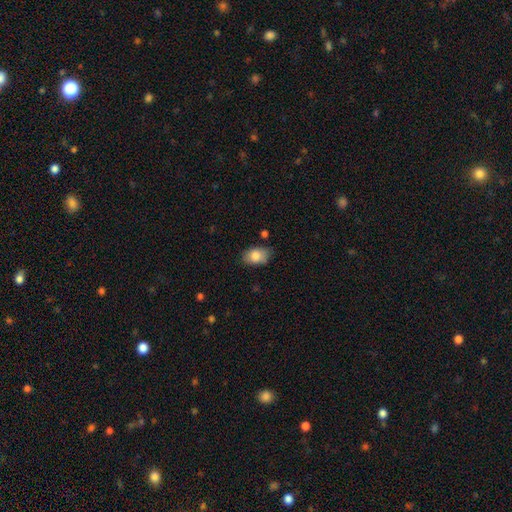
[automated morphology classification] Overall: smooth (83%). How rounded: in between (88%). Merging: none (78%).